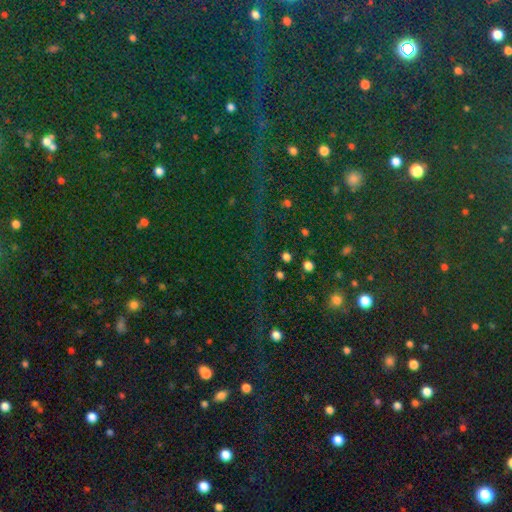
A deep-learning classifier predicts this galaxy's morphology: Smooth or featured: star or artifact — 82% (smooth — 11%)